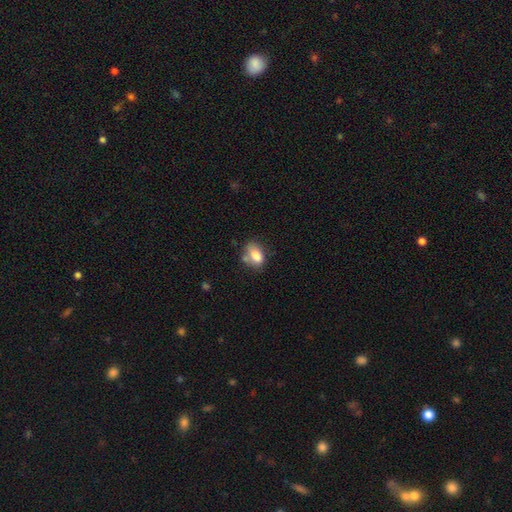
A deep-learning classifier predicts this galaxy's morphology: This is likely a smooth galaxy (80%). How rounded: clearly in between (84%). Merging: possibly none (50%).